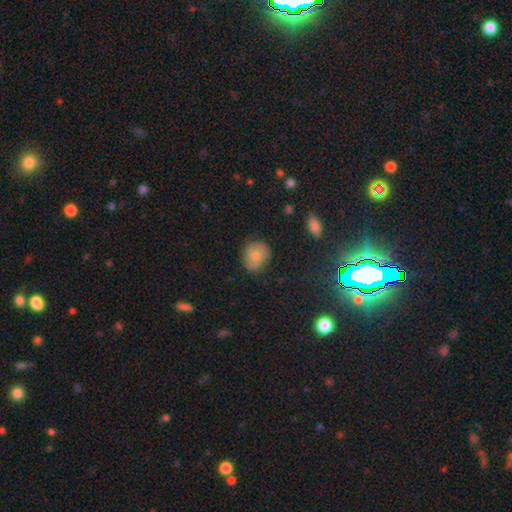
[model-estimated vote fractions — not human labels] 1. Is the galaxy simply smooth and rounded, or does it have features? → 67% smooth, 23% featured or disk, 9% star or artifact.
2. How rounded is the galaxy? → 68% round, 31% in between, 1% cigar-shaped.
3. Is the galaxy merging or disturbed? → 74% none, 20% minor disturbance, 4% major disturbance, 1% merger.